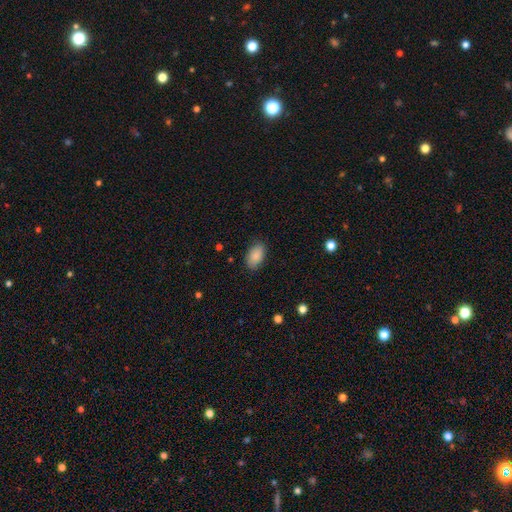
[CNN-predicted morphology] A smooth galaxy with no disk features (87%) that is in between round and cigar-shaped (93%).

Vote fractions:
- Smooth or featured? smooth: 87% / star or artifact: 7% / featured or disk: 6%
- How rounded? in between: 93% / round: 6% / cigar-shaped: 2%
- Merging? none: 84% / minor disturbance: 12% / major disturbance: 3% / merger: 1%